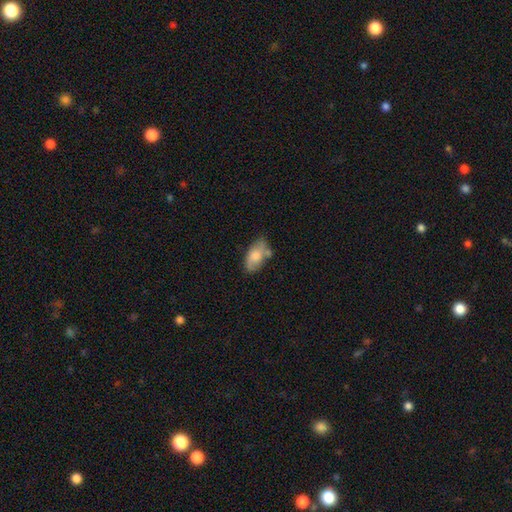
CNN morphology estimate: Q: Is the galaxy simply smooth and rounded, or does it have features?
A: smooth — 69%.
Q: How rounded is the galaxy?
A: in between — 93%.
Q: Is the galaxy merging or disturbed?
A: none — 55%.